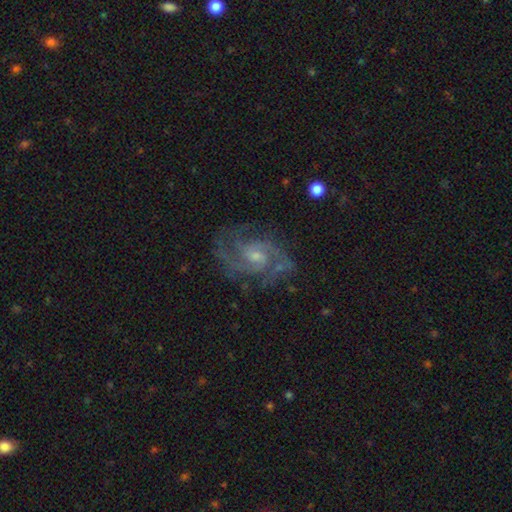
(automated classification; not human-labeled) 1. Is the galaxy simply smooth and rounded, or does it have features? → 89% featured or disk, 6% star or artifact, 5% smooth.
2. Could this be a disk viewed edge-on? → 98% no, 2% yes.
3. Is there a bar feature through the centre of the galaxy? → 51% no, 42% weak, 7% strong.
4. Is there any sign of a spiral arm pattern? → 97% yes, 3% no.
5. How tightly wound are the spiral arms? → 56% medium, 32% tight, 13% loose.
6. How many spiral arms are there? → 52% 2, 22% 3, 11% can't tell, 6% 4, 4% 1, 4% more than 4.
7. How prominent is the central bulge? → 60% small, 32% moderate, 5% none, 2% large, 1% dominant.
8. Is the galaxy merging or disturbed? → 73% none, 17% minor disturbance, 9% major disturbance, 2% merger.